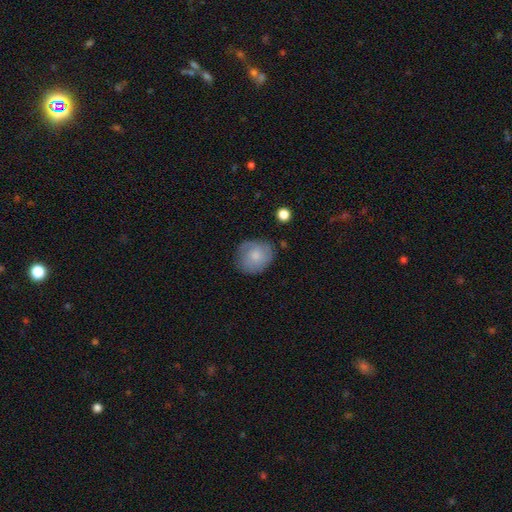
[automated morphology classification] Smooth or featured? Predicted: smooth (p=0.61). How rounded? Predicted: round (p=0.71). Merging? Predicted: none (p=0.70).